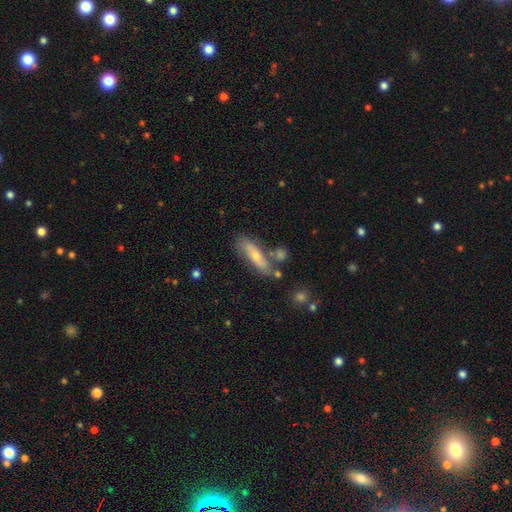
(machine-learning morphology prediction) Q: Smooth or featured?
A: smooth (49%); runner-up: featured or disk (43%)
Q: Merging?
A: none (68%); runner-up: minor disturbance (17%)